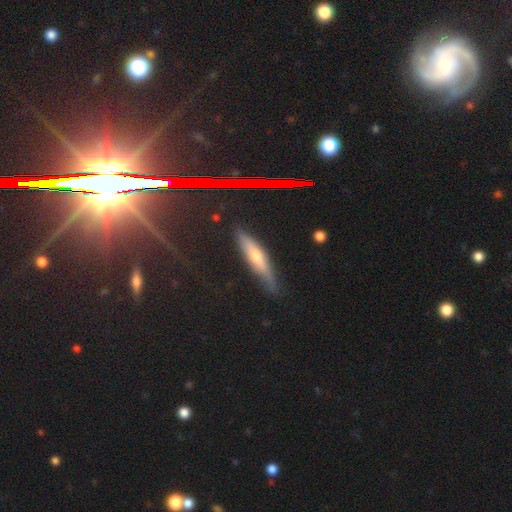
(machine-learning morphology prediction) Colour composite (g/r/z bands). It shows a featured or disk galaxy (45%). Merging: none (80%).